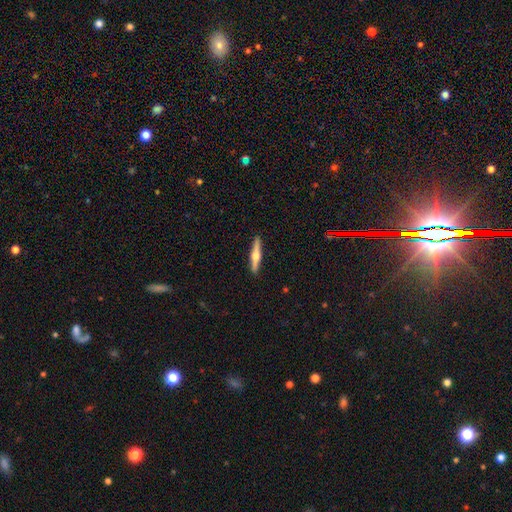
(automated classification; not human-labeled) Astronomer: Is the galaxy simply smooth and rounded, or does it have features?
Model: featured or disk — 63%.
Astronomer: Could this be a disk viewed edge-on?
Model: yes — 98%.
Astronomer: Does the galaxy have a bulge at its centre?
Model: rounded — 92%.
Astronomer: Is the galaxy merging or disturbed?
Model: none — 91%.